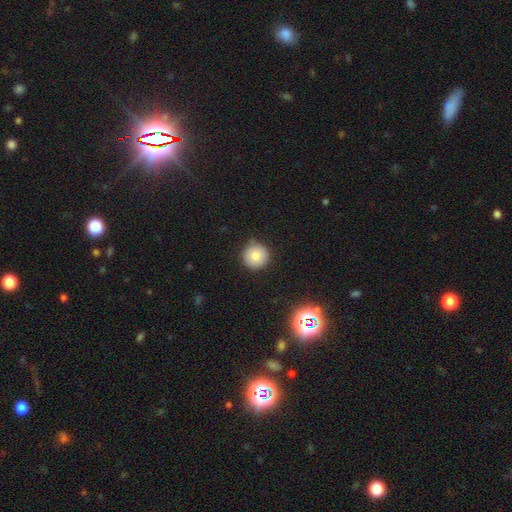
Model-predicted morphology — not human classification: type=smooth (80%); roundness=round (95%); merging=none (86%).